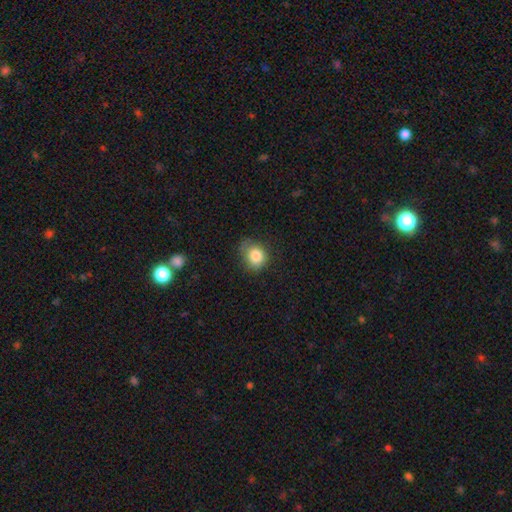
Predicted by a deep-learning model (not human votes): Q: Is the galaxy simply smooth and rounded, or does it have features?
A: smooth — 84%.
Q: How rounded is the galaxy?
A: round — 60%.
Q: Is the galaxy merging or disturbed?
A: none — 57%.